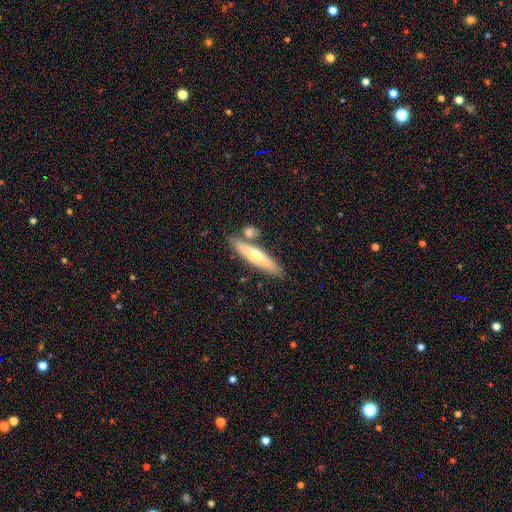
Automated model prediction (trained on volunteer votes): Morphology: type=featured or disk (48%); merging=none (76%).